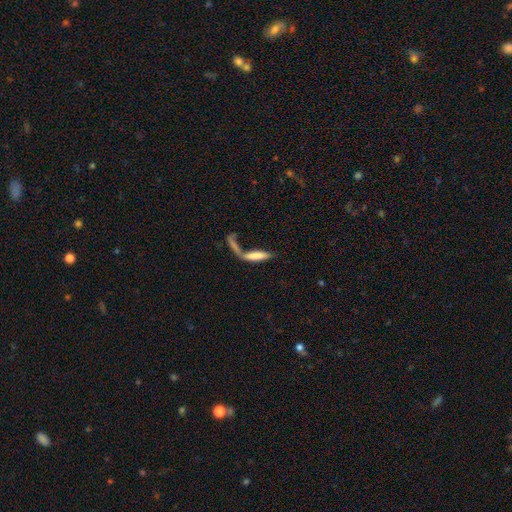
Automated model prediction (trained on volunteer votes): Overall: smooth (69%). How rounded: cigar-shaped (72%). Merging: merger (48%; none 22%).